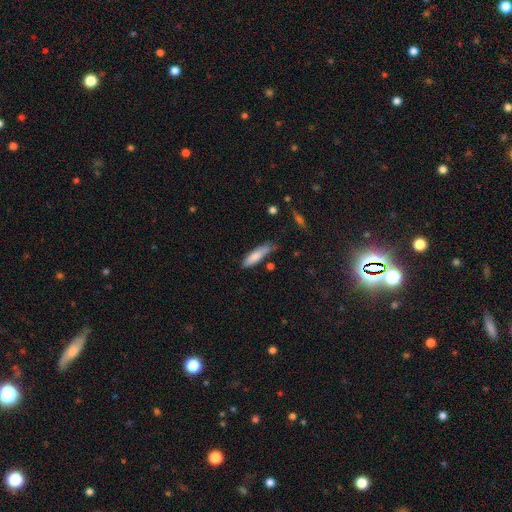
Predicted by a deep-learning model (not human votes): This appears to be a smooth galaxy with no disk features (81%) that is cigar-shaped (66%). Merging: none (63%).